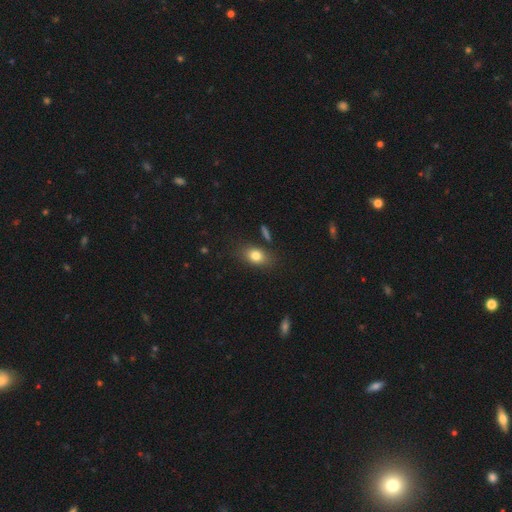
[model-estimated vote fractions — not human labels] A smooth galaxy with no disk features (80%) that is in between round and cigar-shaped (75%). Merging: none (80%).